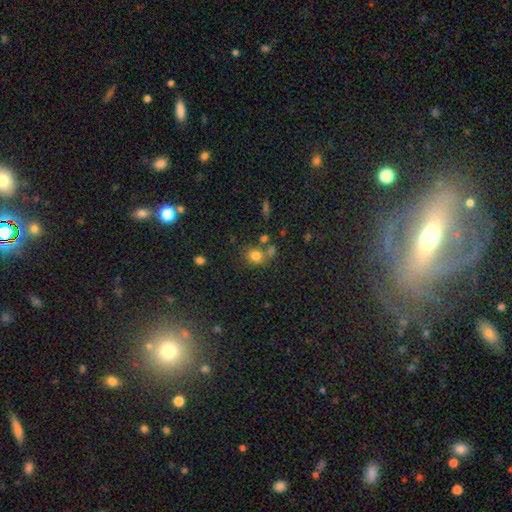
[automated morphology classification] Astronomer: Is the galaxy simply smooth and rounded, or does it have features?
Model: smooth — 78%.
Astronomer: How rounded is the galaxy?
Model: round — 74%.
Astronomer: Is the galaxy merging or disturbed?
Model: none — 58%.